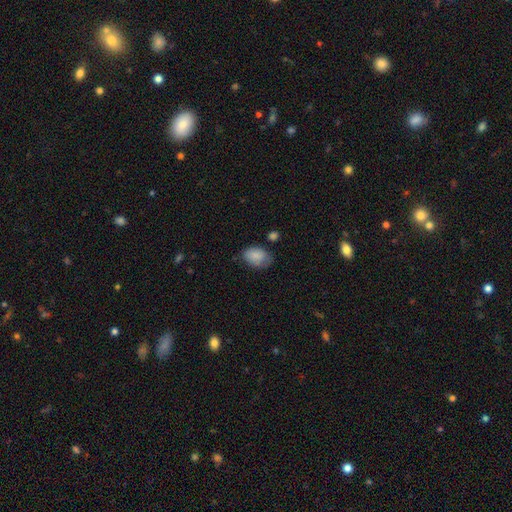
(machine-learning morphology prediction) This is clearly a smooth galaxy (84%). How rounded: clearly in between (83%). Merging: possibly none (59%).